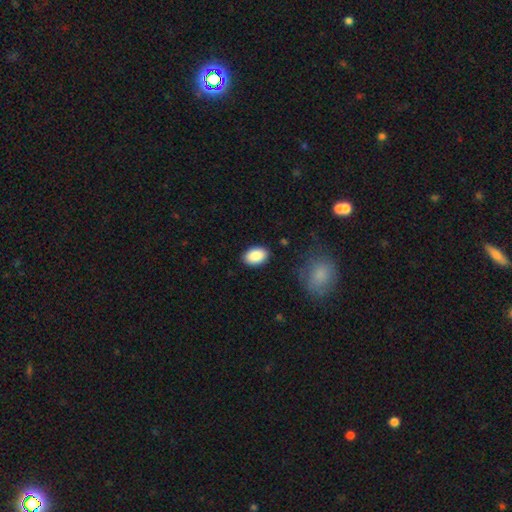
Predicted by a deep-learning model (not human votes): smooth_or_featured: smooth (p=0.89) [alt: star or artifact p=0.07]
how_rounded: in between (p=0.88) [alt: round p=0.11]
merging: none (p=0.87) [alt: minor disturbance p=0.09]